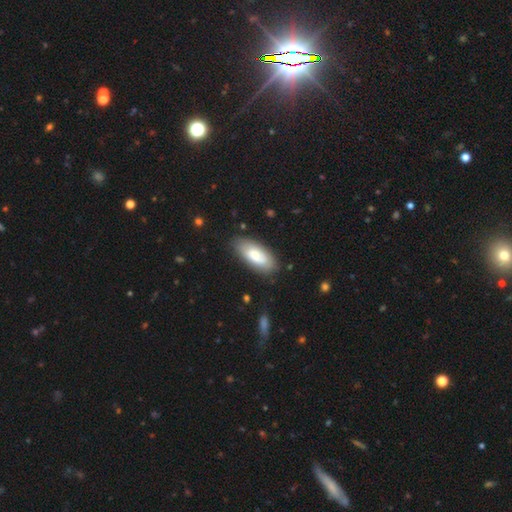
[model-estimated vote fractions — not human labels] Morphology: type=smooth (66%); roundness=in between (86%); merging=none (79%).